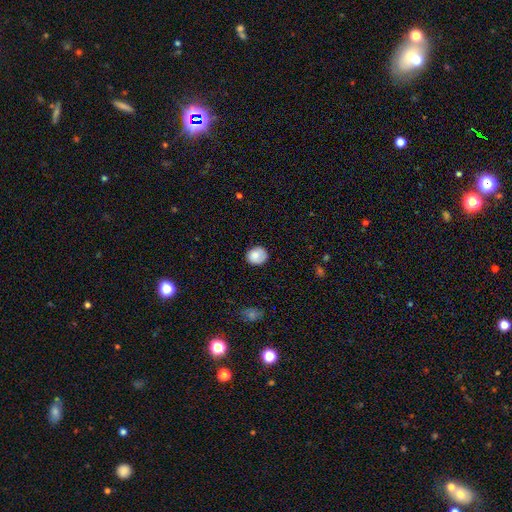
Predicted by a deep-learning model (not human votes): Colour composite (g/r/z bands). It shows a smooth galaxy with no disk features (83%) that is round (74%). Merging: none (76%).